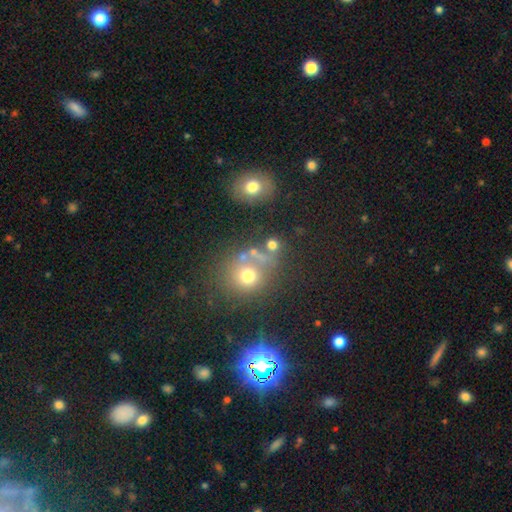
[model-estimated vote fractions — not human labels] Smooth or featured? Predicted: smooth (p=0.60). How rounded? Predicted: round (p=0.78). Merging? Predicted: none (p=0.57).